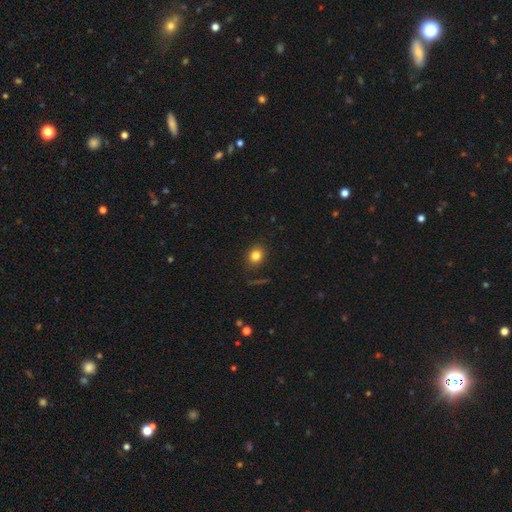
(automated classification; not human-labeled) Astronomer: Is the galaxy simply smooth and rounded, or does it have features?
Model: smooth — 82%.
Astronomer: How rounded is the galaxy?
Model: round — 64%.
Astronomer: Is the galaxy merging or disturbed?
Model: none — 86%.